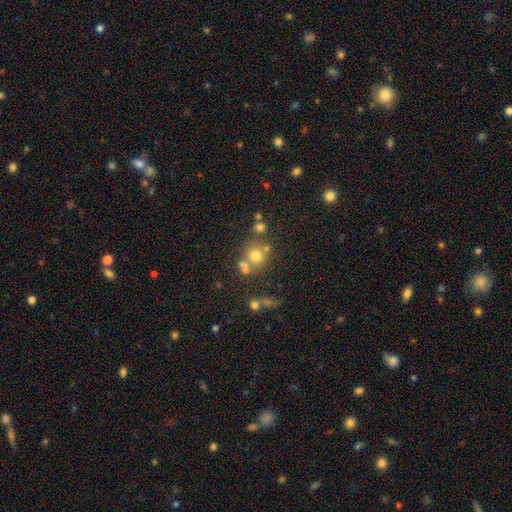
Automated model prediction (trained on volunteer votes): Overall: smooth (64%). How rounded: round (84%). Merging: none (56%; merger 28%).